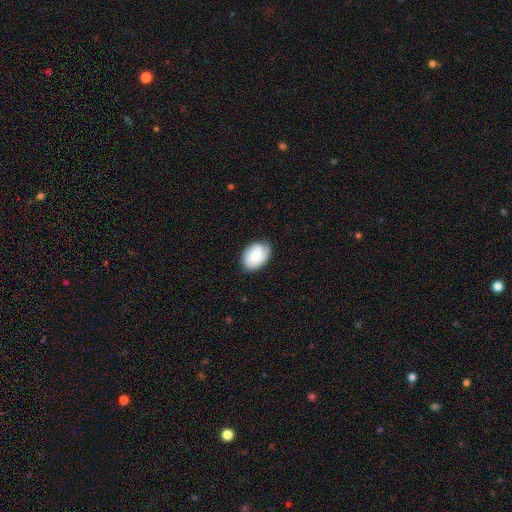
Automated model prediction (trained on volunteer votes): A smooth galaxy with no disk features (72%) that is in between round and cigar-shaped (83%). Merging: none (76%).